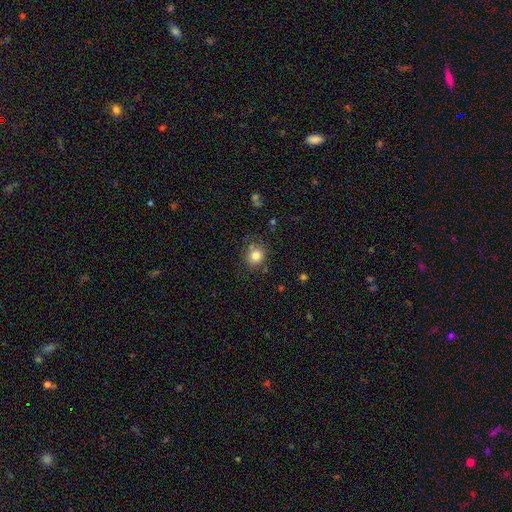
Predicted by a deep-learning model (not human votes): This appears to be a smooth galaxy with no disk features (82%) that is round (83%). Merging: none (79%).